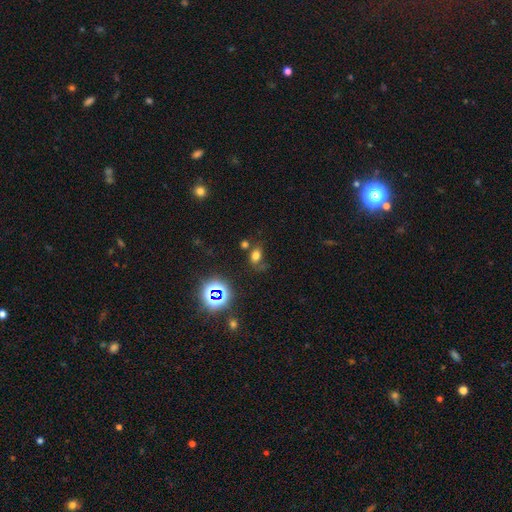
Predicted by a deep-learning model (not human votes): Q: Smooth or featured?
A: smooth (63%); runner-up: star or artifact (26%)
Q: How rounded?
A: in between (70%); runner-up: round (29%)
Q: Merging?
A: none (58%); runner-up: minor disturbance (19%)